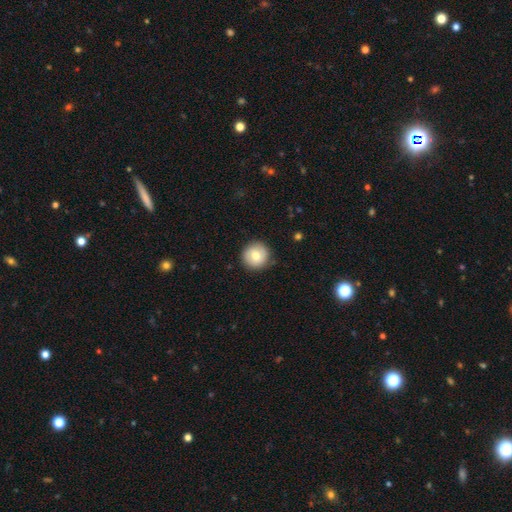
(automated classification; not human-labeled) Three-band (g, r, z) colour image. It shows a smooth galaxy with no disk features (72%) that is round (94%). Merging: none (87%).